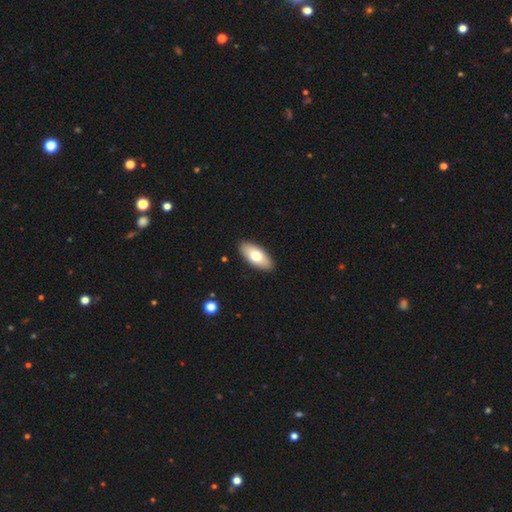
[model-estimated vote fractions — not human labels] Morphology: type=smooth (70%); roundness=in between (90%); merging=none (90%).